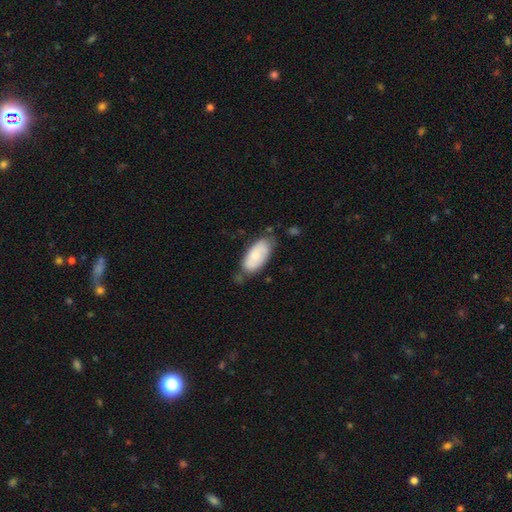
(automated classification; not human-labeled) smooth-or-featured: smooth: 72% | featured or disk: 22% | star or artifact: 6%
  how-rounded: in between: 91% | cigar-shaped: 7% | round: 2%
  merging: none: 59% | minor disturbance: 29% | major disturbance: 7% | merger: 5%